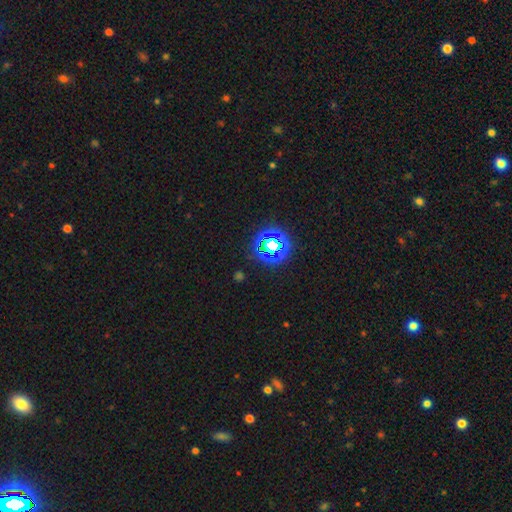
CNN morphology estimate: The model was most divided on "smooth or featured": star or artifact: 73%, smooth: 20%, featured or disk: 7%.